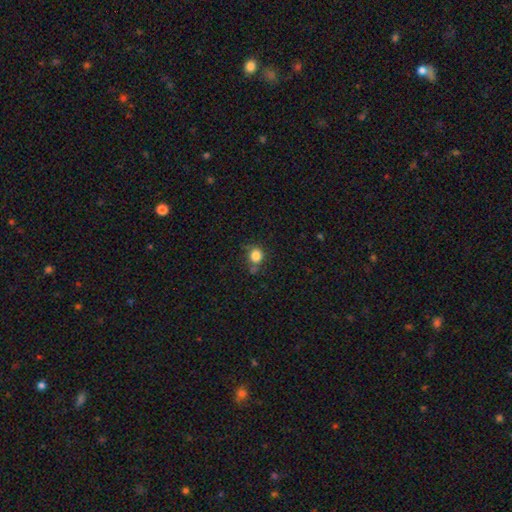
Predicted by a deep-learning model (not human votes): Q: Smooth or featured?
A: smooth (82%); runner-up: star or artifact (12%)
Q: How rounded?
A: round (81%); runner-up: in between (18%)
Q: Merging?
A: none (61%); runner-up: minor disturbance (23%)